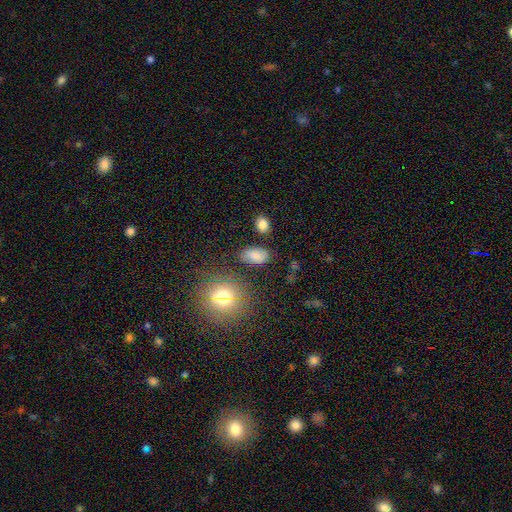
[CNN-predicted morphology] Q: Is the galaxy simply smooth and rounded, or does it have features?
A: smooth — 76%.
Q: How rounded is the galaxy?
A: in between — 91%.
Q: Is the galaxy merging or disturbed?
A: none — 78%.